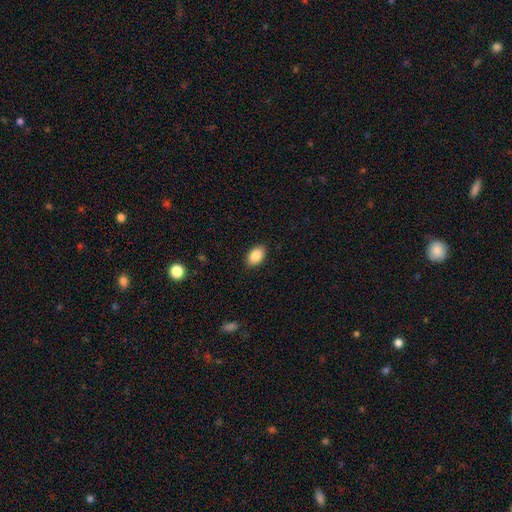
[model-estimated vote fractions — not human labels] This appears to be a smooth galaxy with no disk features (88%) that is in between round and cigar-shaped (89%). Merging: none (88%).